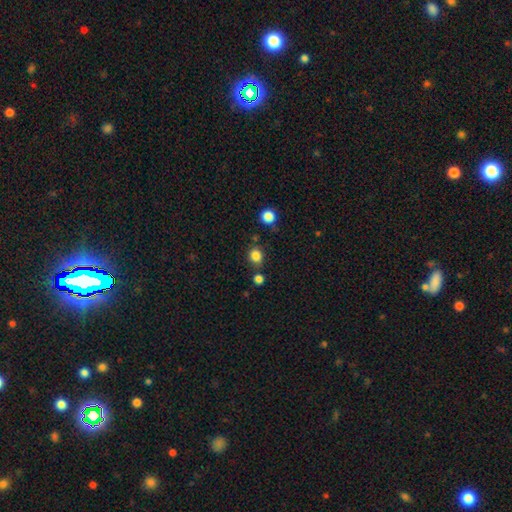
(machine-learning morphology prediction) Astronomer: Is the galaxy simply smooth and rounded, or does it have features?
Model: smooth — 83%.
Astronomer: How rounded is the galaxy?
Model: round — 68%.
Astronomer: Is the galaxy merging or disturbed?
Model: none — 76%.